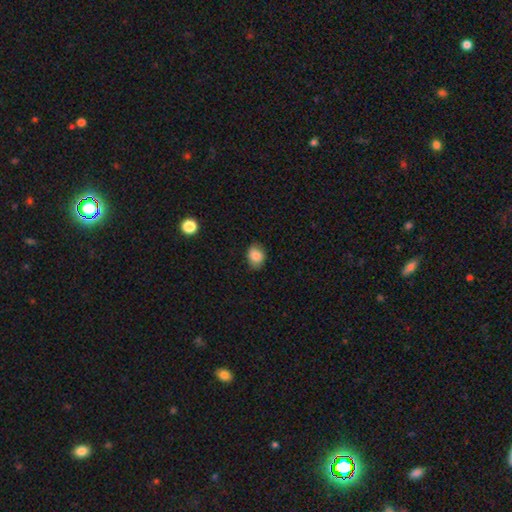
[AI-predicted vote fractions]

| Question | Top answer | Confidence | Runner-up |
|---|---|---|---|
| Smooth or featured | smooth | 85% | star or artifact (8%) |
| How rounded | in between | 57% | round (42%) |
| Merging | none | 79% | minor disturbance (17%) |